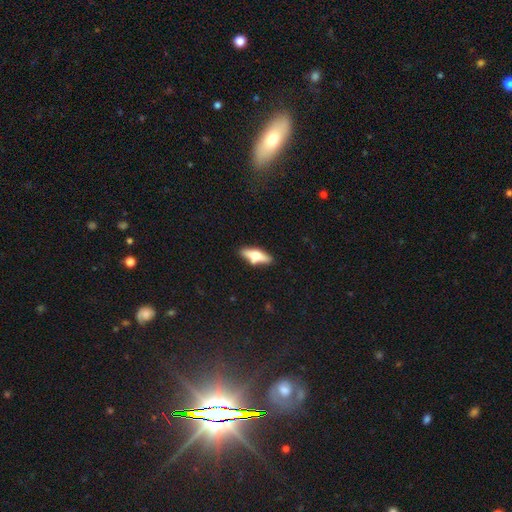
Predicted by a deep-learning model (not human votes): This appears to be a smooth galaxy with no disk features (48%). Merging: none (79%).